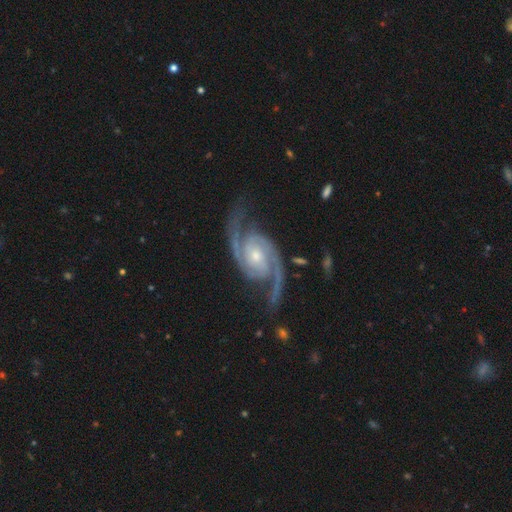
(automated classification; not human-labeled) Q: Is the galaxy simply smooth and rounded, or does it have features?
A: featured or disk — 94%.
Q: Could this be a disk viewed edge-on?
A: no — 98%.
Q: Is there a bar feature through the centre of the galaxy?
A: no — 61%.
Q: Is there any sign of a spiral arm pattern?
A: yes — 99%.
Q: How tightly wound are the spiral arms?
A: medium — 57%.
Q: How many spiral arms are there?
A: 2 — 93%.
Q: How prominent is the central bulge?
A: small — 52%.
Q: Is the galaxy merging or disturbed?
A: none — 78%.